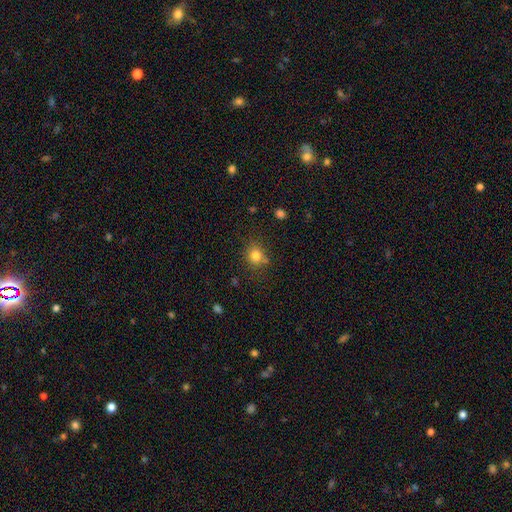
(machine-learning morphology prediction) Overall: smooth (80%). How rounded: round (80%). Merging: none (73%).